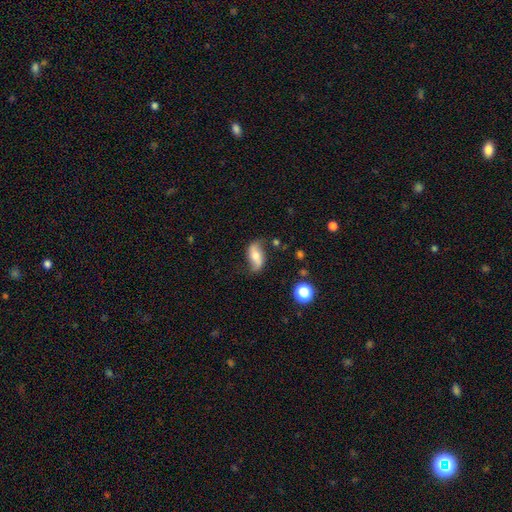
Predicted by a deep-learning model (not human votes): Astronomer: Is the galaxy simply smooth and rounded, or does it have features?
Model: featured or disk — 56% (runner-up: smooth, 36%).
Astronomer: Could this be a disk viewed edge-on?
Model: no — 90%.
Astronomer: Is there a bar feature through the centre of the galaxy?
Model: no — 51% (runner-up: weak, 30%).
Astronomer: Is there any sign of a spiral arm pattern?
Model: yes — 86%.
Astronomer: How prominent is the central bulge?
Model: moderate — 52% (runner-up: small, 29%).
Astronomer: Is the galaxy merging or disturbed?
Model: none — 68%.